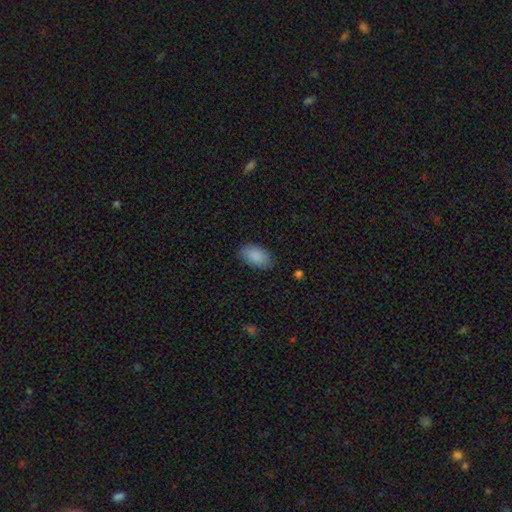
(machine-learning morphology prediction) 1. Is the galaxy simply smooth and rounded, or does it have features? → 89% smooth, 7% star or artifact, 4% featured or disk.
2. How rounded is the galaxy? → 94% in between, 4% round, 2% cigar-shaped.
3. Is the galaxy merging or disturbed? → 85% none, 11% minor disturbance, 3% major disturbance, 1% merger.